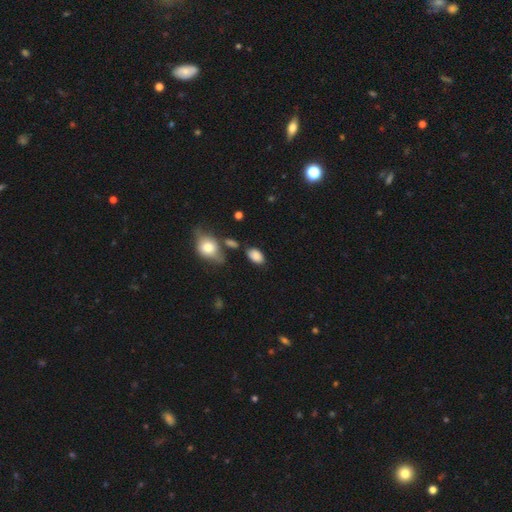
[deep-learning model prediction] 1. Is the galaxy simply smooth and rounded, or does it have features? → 85% smooth, 8% star or artifact, 7% featured or disk.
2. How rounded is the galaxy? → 91% in between, 7% round, 2% cigar-shaped.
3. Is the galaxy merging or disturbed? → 71% none, 19% minor disturbance, 6% merger, 5% major disturbance.